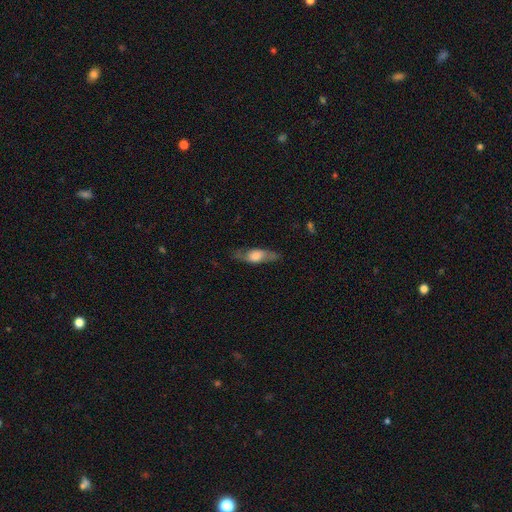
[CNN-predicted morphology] A smooth galaxy with no disk features (48%). Merging: none (76%).